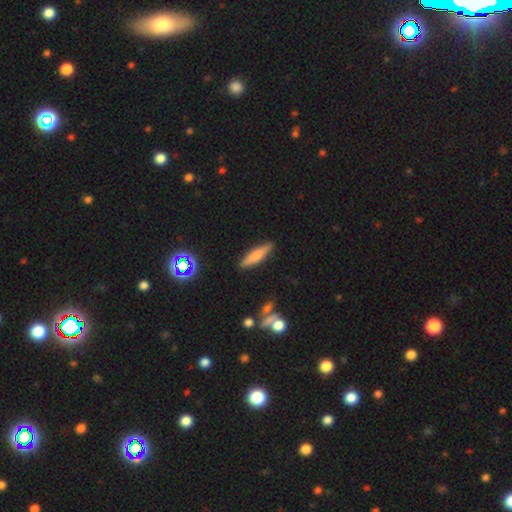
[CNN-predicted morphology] smooth_or_featured: smooth (p=0.61) [alt: featured or disk p=0.30]
how_rounded: cigar-shaped (p=0.73) [alt: in between p=0.25]
merging: none (p=0.86) [alt: minor disturbance p=0.10]